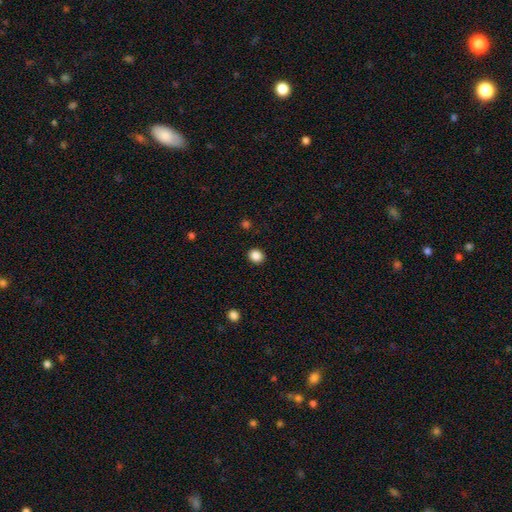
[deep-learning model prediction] A smooth galaxy with no disk features (87%) that is round (67%). Merging: none (91%).